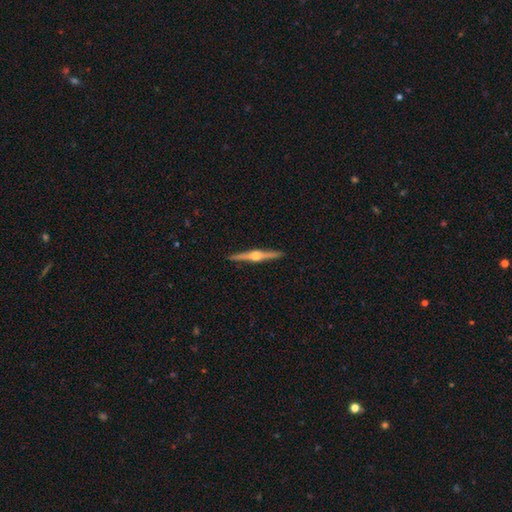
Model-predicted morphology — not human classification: Smooth or featured?
  - featured or disk: 84% *
  - smooth: 12%
  - star or artifact: 5%
Edge-on disk?
  - yes: 99% *
  - no: 1%
Edge-on bulge?
  - rounded: 95% *
  - boxy: 3%
  - none: 2%
Merging?
  - none: 93% *
  - minor disturbance: 5%
  - major disturbance: 1%
  - merger: 1%